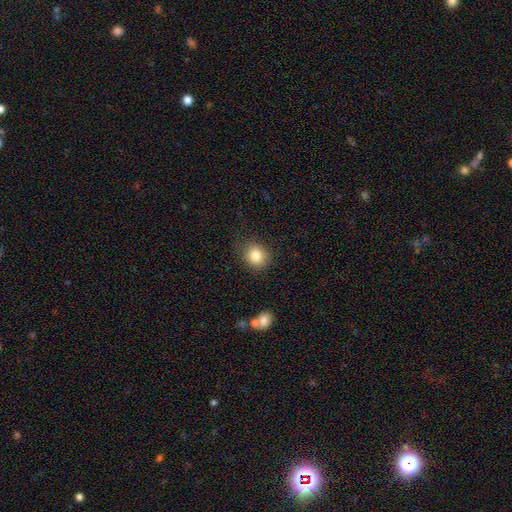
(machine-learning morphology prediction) The model was most divided on "how rounded": round: 74%, in between: 25%, cigar-shaped: 1%. More confident: merging — none (83%); smooth or featured — smooth (83%).